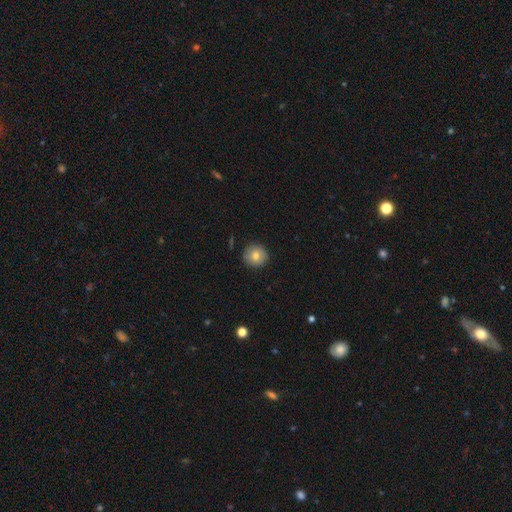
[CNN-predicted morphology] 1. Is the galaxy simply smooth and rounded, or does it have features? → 78% smooth, 14% featured or disk, 9% star or artifact.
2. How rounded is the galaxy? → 92% round, 7% in between, 1% cigar-shaped.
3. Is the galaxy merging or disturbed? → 88% none, 9% minor disturbance, 2% major disturbance, 1% merger.